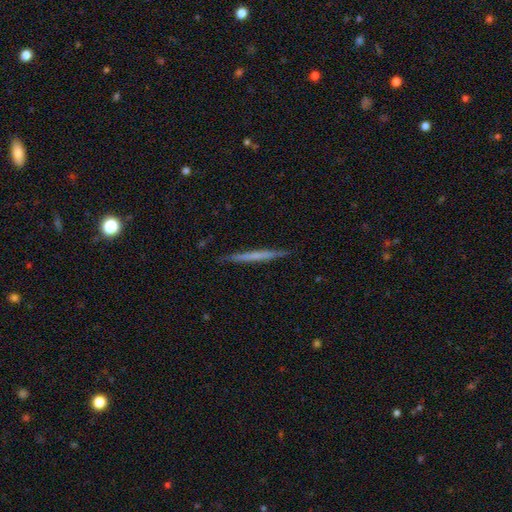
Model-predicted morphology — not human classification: Smooth or featured?
  - featured or disk: 49% *
  - smooth: 45%
  - star or artifact: 6%
Merging?
  - none: 90% *
  - minor disturbance: 7%
  - major disturbance: 1%
  - merger: 1%